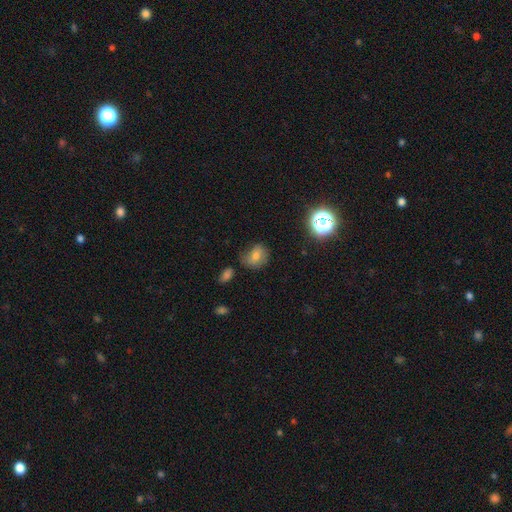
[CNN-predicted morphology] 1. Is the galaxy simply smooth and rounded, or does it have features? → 62% smooth, 21% featured or disk, 17% star or artifact.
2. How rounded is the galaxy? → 52% round, 46% in between, 1% cigar-shaped.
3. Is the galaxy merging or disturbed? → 60% none, 27% minor disturbance, 9% major disturbance, 5% merger.